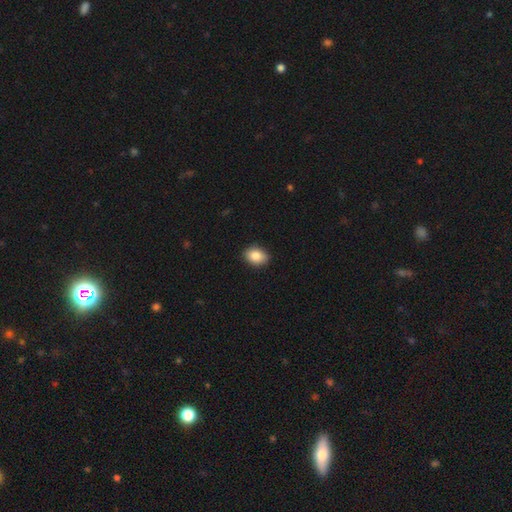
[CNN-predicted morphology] This appears to be a smooth galaxy with no disk features (86%) that is in between round and cigar-shaped (76%). Merging: none (89%).